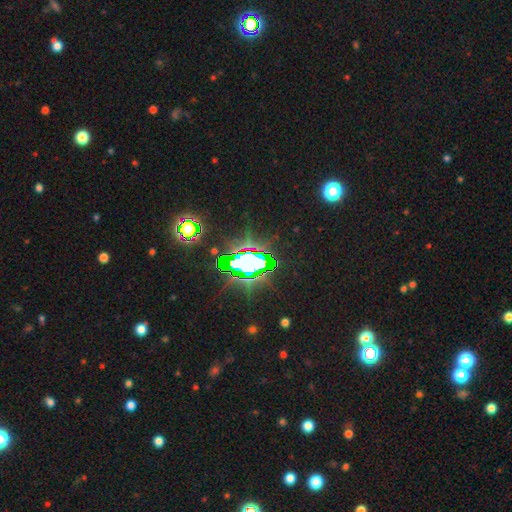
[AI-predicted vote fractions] This is likely a star or artifact rather than a galaxy (74%).